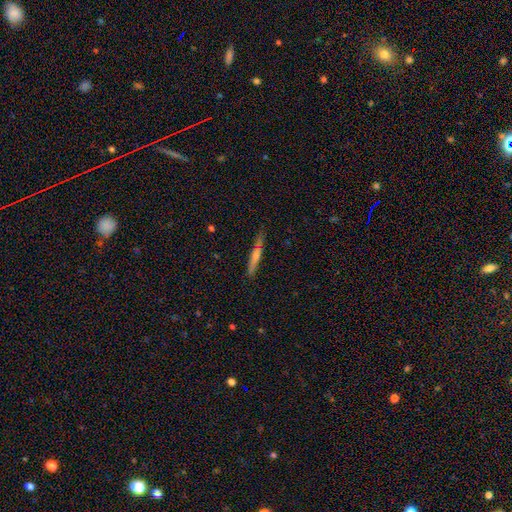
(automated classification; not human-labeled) A smooth galaxy with no disk features (47%). Merging: none (79%).